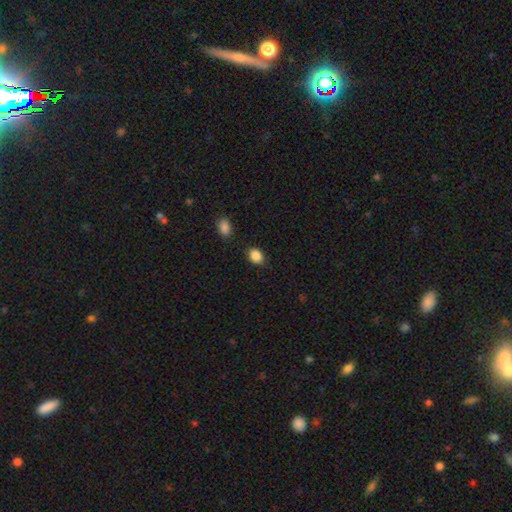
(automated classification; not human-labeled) Q: Smooth or featured?
A: smooth (88%); runner-up: star or artifact (9%)
Q: How rounded?
A: in between (67%); runner-up: round (32%)
Q: Merging?
A: none (85%); runner-up: minor disturbance (10%)